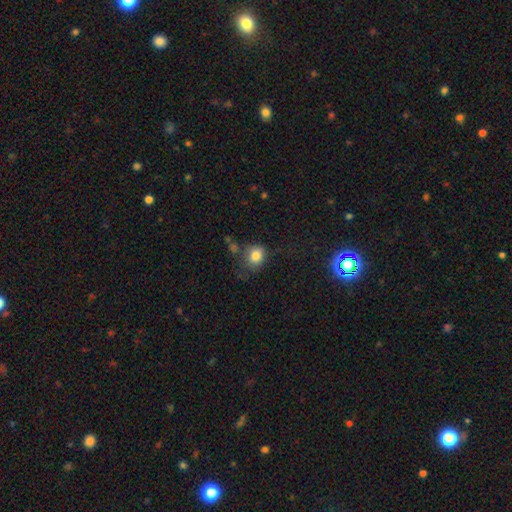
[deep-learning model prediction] Q: Smooth or featured?
A: smooth (81%); runner-up: star or artifact (10%)
Q: How rounded?
A: round (69%); runner-up: in between (30%)
Q: Merging?
A: none (60%); runner-up: minor disturbance (23%)